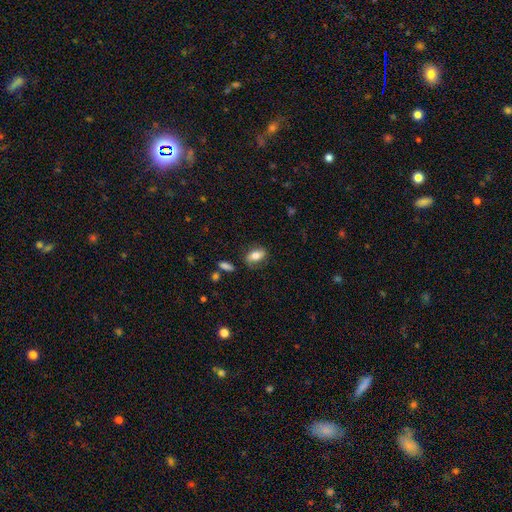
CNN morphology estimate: smooth_or_featured: smooth (p=0.67) [alt: featured or disk p=0.25]
how_rounded: in between (p=0.86) [alt: round p=0.07]
merging: none (p=0.73) [alt: minor disturbance p=0.19]